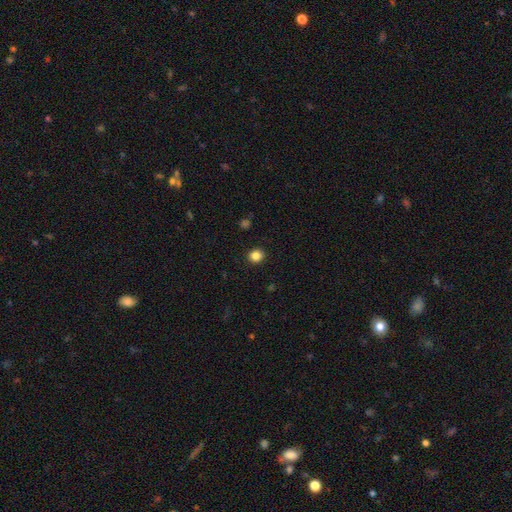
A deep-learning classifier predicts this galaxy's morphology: Q: Smooth or featured?
A: smooth (84%); runner-up: star or artifact (11%)
Q: How rounded?
A: round (83%); runner-up: in between (16%)
Q: Merging?
A: none (92%); runner-up: minor disturbance (5%)